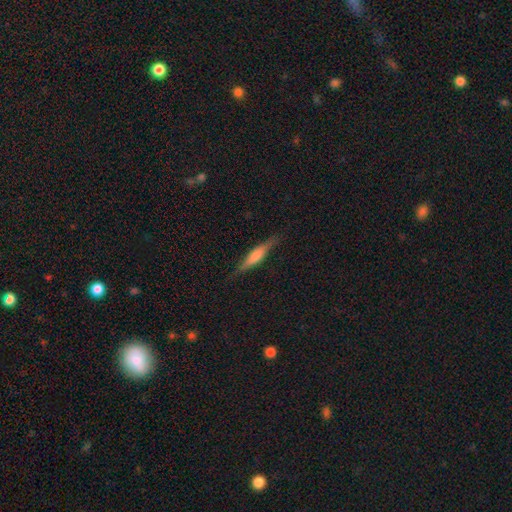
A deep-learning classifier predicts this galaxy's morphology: smooth-or-featured: smooth: 48% | featured or disk: 46% | star or artifact: 6%
  merging: none: 85% | minor disturbance: 12% | major disturbance: 3% | merger: 1%